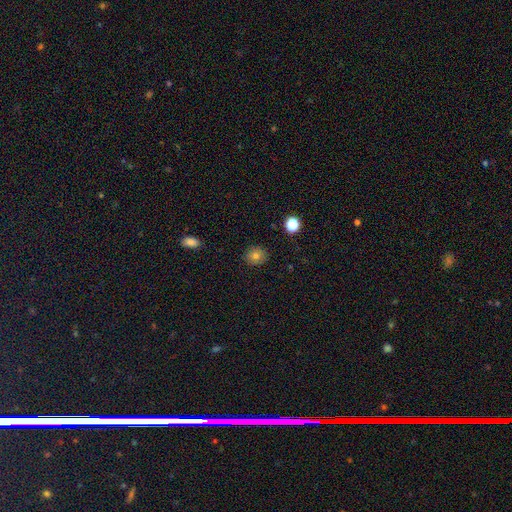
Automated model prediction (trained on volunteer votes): Smooth or featured? Predicted: smooth (p=0.77). How rounded? Predicted: round (p=0.78). Merging? Predicted: none (p=0.89).